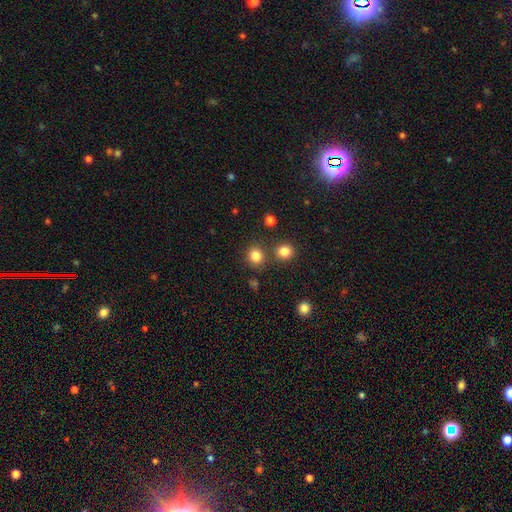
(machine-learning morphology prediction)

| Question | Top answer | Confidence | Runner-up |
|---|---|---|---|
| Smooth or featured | smooth | 83% | star or artifact (13%) |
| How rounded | round | 86% | in between (14%) |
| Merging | none | 78% | merger (12%) |